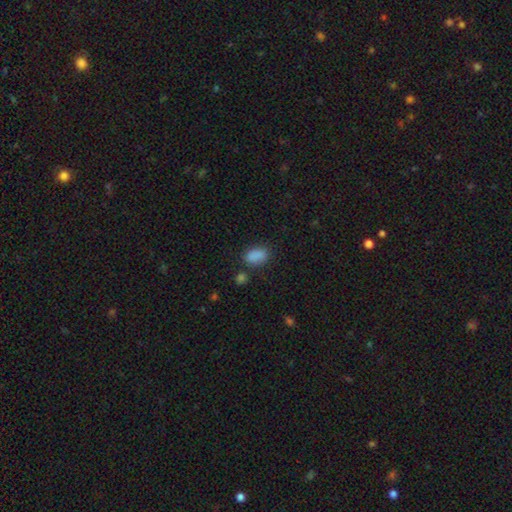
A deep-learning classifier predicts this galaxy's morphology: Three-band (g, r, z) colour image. It shows a smooth galaxy with no disk features (85%) that is in between round and cigar-shaped (87%). Merging: none (72%).